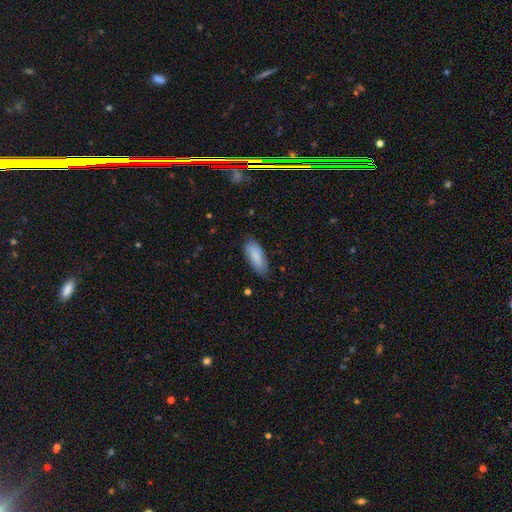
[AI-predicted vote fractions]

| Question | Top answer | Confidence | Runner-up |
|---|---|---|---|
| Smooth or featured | smooth | 87% | featured or disk (7%) |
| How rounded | in between | 80% | cigar-shaped (18%) |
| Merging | none | 79% | minor disturbance (17%) |